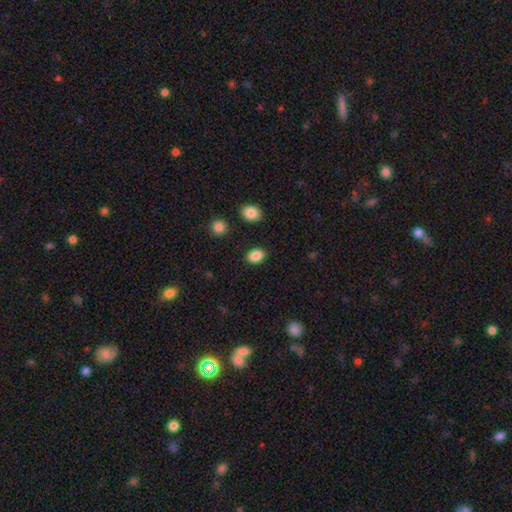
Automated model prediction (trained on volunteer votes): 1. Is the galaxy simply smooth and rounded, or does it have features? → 87% smooth, 9% star or artifact, 4% featured or disk.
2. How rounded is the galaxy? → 71% in between, 28% round, 1% cigar-shaped.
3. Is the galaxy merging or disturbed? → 87% none, 8% minor disturbance, 2% major disturbance, 2% merger.